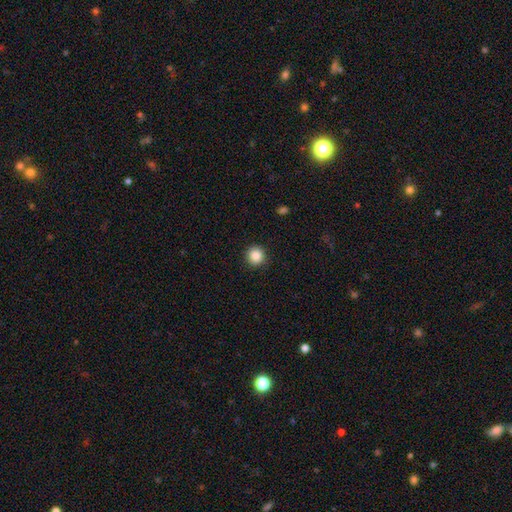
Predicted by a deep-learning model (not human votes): This appears to be a smooth galaxy with no disk features (87%) that is round (94%). Merging: none (91%).